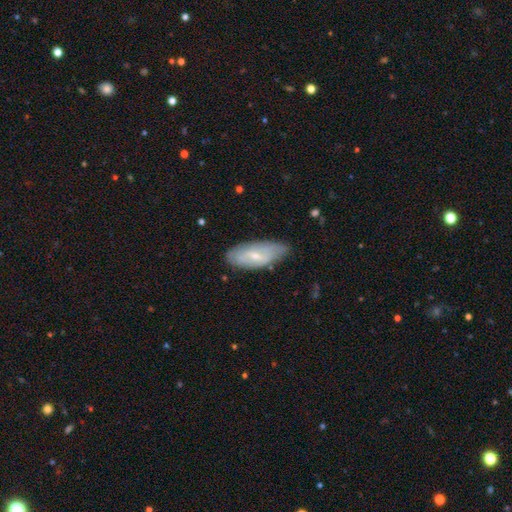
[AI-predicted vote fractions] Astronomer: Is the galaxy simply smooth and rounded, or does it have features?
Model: featured or disk — 53% (runner-up: smooth, 41%).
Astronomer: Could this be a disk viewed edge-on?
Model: no — 84%.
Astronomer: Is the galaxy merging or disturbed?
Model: none — 69%.